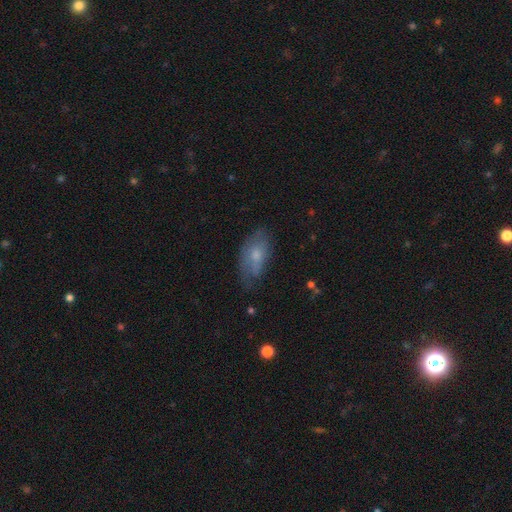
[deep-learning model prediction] Smooth or featured: smooth — 61% (featured or disk — 32%)
How rounded: in between — 90% (round — 5%)
Merging: none — 54% (minor disturbance — 32%)